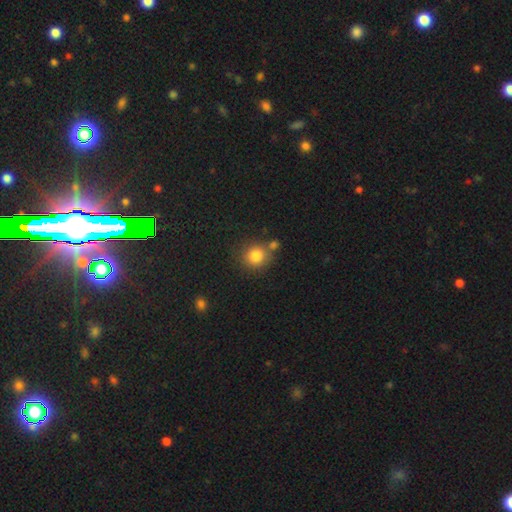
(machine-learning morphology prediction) This is clearly a smooth galaxy (83%). How rounded: clearly round (87%). Merging: likely none (69%).